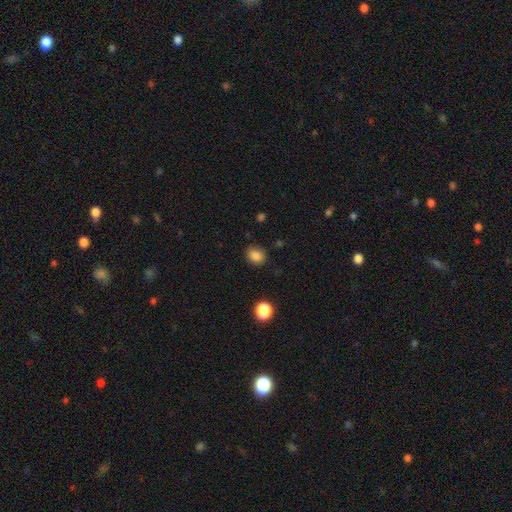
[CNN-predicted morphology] Smooth or featured: smooth — 84% (star or artifact — 11%)
How rounded: round — 55% (in between — 44%)
Merging: none — 81% (minor disturbance — 14%)